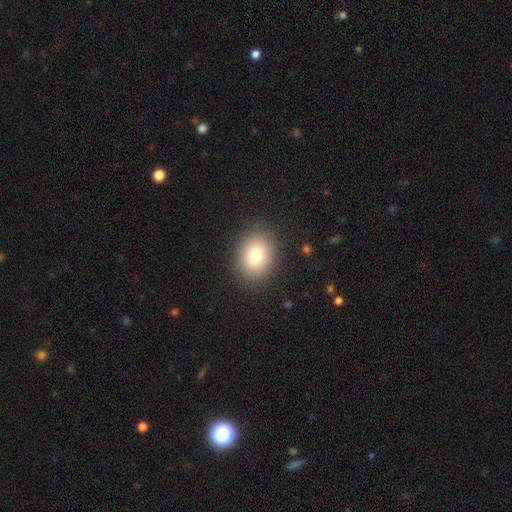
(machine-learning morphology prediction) Smooth or featured?
  - smooth: 79% *
  - featured or disk: 11%
  - star or artifact: 10%
How rounded?
  - in between: 59% *
  - round: 40%
  - cigar-shaped: 1%
Merging?
  - none: 89% *
  - minor disturbance: 7%
  - major disturbance: 3%
  - merger: 1%